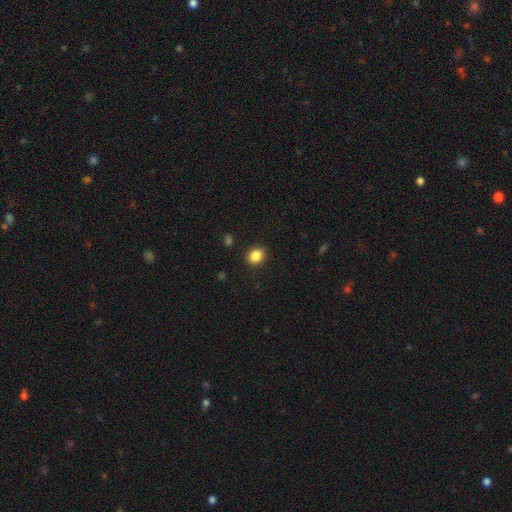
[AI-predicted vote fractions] A smooth galaxy with no disk features (86%) that is round (65%). Merging: none (90%).